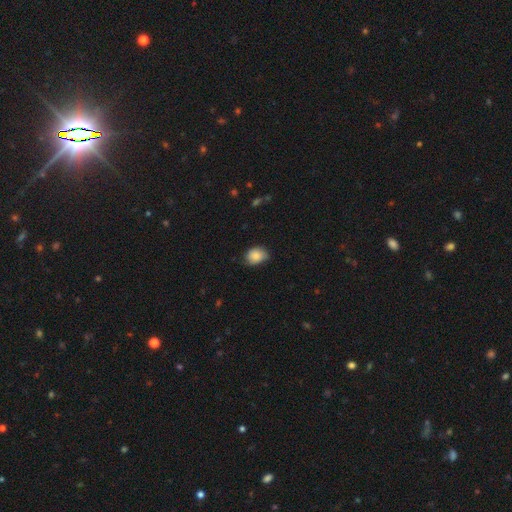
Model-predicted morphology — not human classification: Smooth or featured: smooth — 84% (featured or disk — 8%)
How rounded: in between — 61% (round — 38%)
Merging: none — 60% (minor disturbance — 33%)